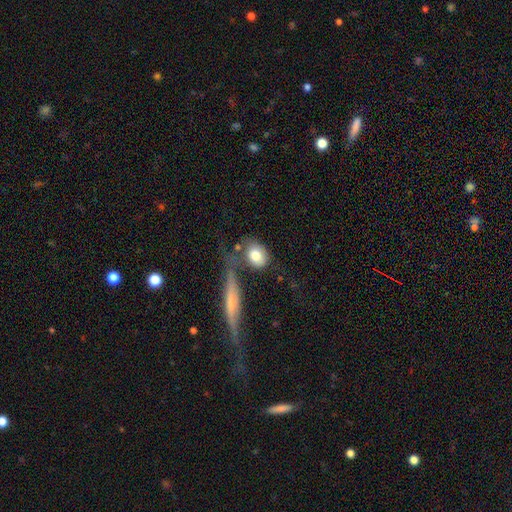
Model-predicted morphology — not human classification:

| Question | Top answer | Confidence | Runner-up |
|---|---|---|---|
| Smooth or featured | smooth | 78% | featured or disk (15%) |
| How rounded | in between | 59% | round (35%) |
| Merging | none | 50% | merger (20%) |